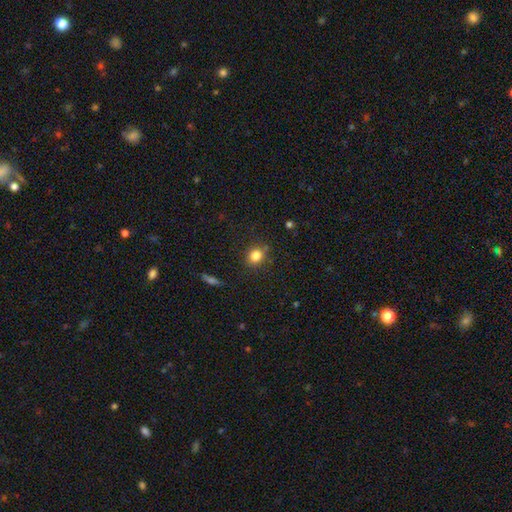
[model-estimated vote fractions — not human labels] This appears to be a smooth galaxy with no disk features (82%) that is round (74%). Merging: none (82%).